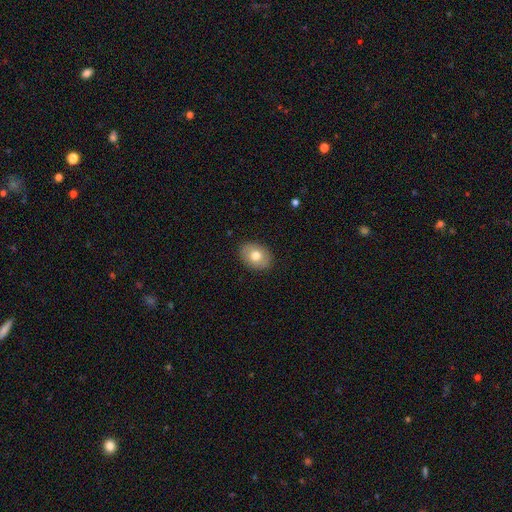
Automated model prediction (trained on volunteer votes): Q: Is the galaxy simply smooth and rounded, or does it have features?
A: smooth — 76%.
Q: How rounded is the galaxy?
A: in between — 72%.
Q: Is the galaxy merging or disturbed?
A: none — 89%.